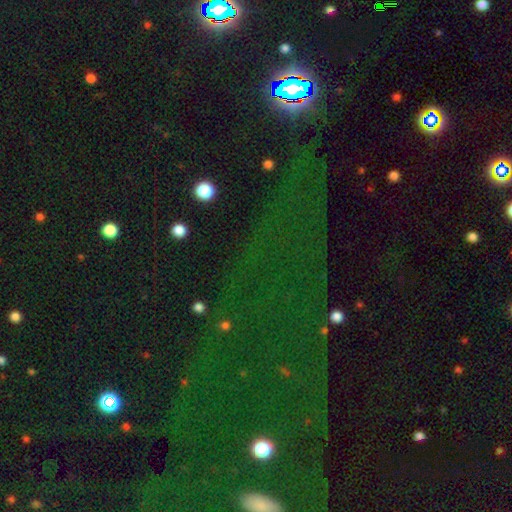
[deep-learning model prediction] star or artifact 74%, smooth 15%, featured or disk 11%.